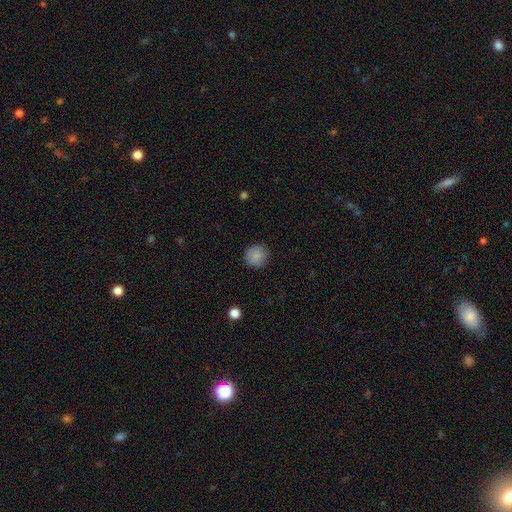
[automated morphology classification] The model was most divided on "smooth or featured": smooth: 87%, star or artifact: 8%, featured or disk: 5%. More confident: how rounded — round (93%); merging — none (89%).